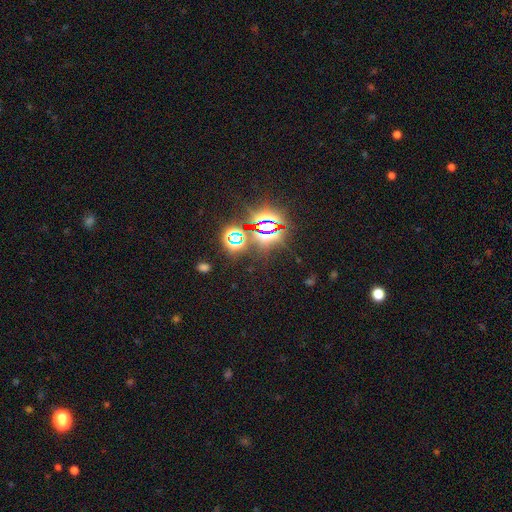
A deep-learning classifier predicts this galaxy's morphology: Smooth or featured?
  - star or artifact: 79% *
  - smooth: 14%
  - featured or disk: 7%